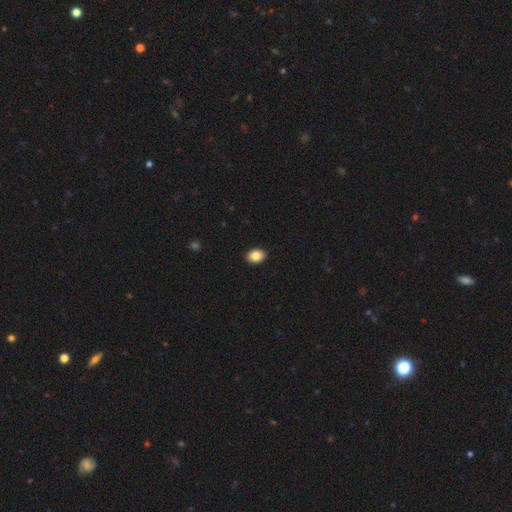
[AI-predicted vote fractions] smooth-or-featured: smooth: 87% | star or artifact: 8% | featured or disk: 5%
  how-rounded: in between: 69% | round: 30% | cigar-shaped: 1%
  merging: none: 91% | minor disturbance: 6% | major disturbance: 2% | merger: 1%